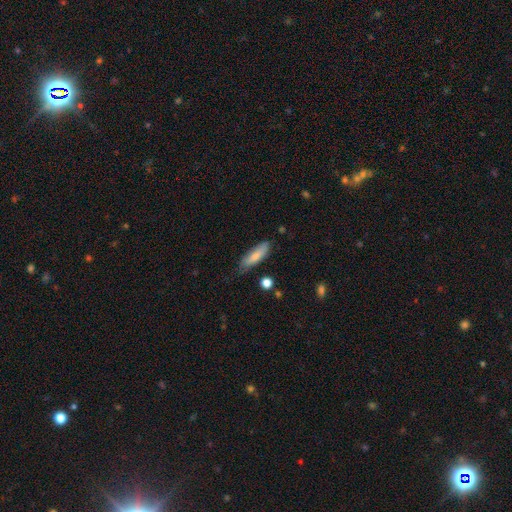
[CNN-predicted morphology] This appears to be a smooth galaxy with no disk features (80%) that is cigar-shaped (55%). Merging: none (71%).